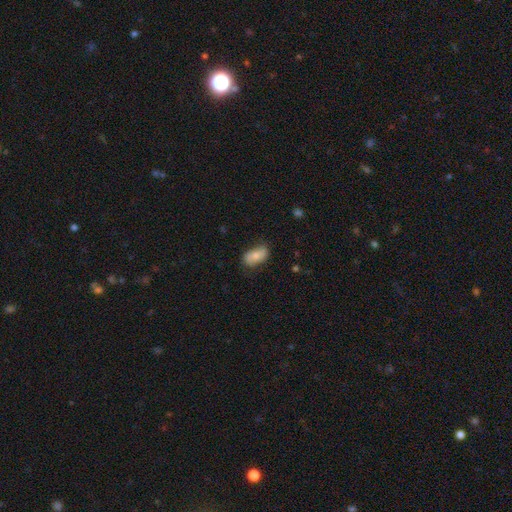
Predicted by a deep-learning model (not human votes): smooth-or-featured: smooth: 75% | featured or disk: 18% | star or artifact: 7%
  how-rounded: in between: 92% | round: 5% | cigar-shaped: 3%
  merging: none: 68% | minor disturbance: 25% | major disturbance: 6% | merger: 2%